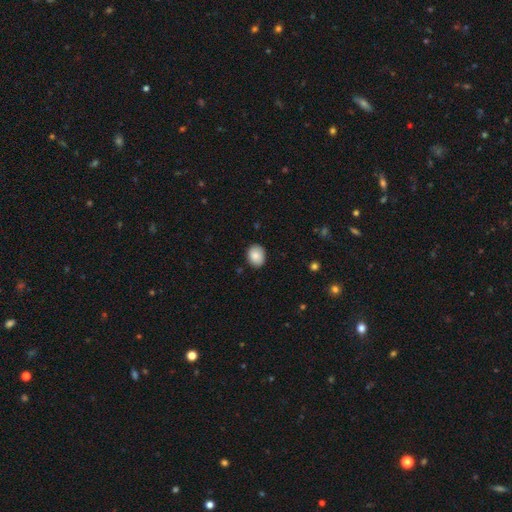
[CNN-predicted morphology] Smooth or featured? smooth (87%)
How rounded? in between (59%)
Merging? none (87%)